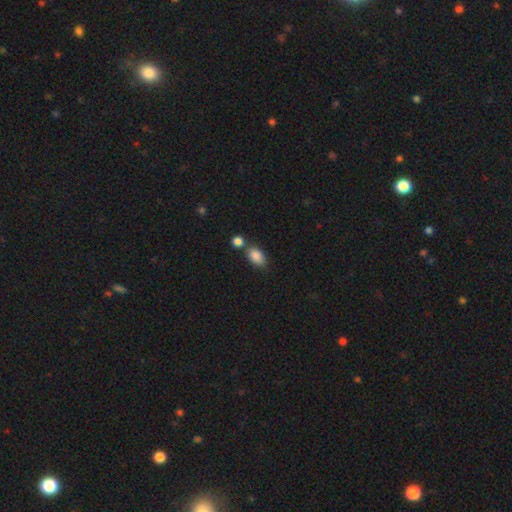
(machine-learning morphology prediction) This is clearly a smooth galaxy (87%). How rounded: clearly in between (87%). Merging: possibly none (59%).